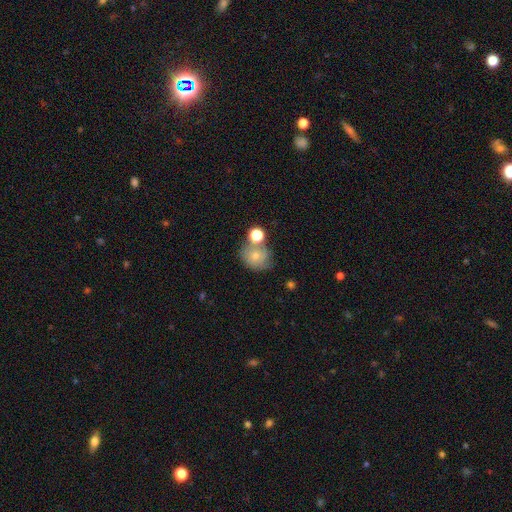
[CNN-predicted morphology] Overall: smooth (64%). How rounded: round (68%; in between 31%). Merging: none (48%; merger 26%).